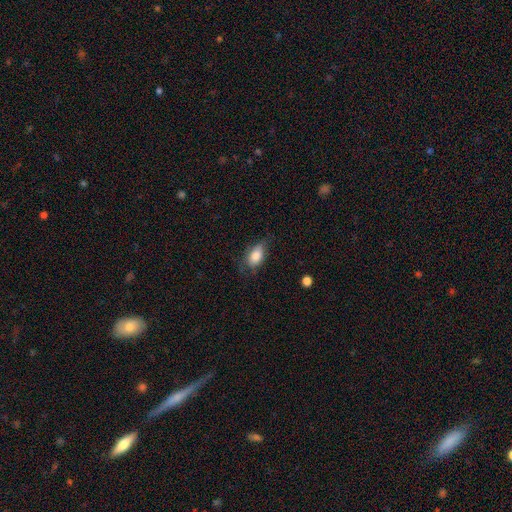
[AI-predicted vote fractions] Smooth or featured? smooth (81%)
How rounded? in between (86%)
Merging? none (55%)